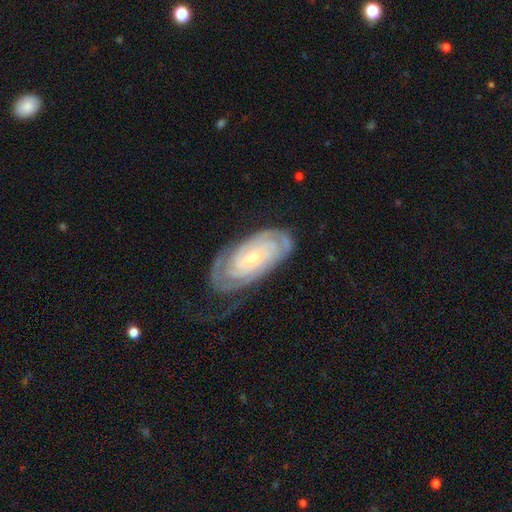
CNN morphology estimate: The model was most divided on "spiral arm count": can't tell: 41%, 2: 31%, 3: 11%, 4: 7%, 1: 5%, more than 4: 5%. More confident: spiral arms — yes (94%); edge-on disk — no (94%); smooth or featured — featured or disk (83%); spiral winding — tight (81%); bar — no (74%); bulge size — small (65%); merging — none (64%).